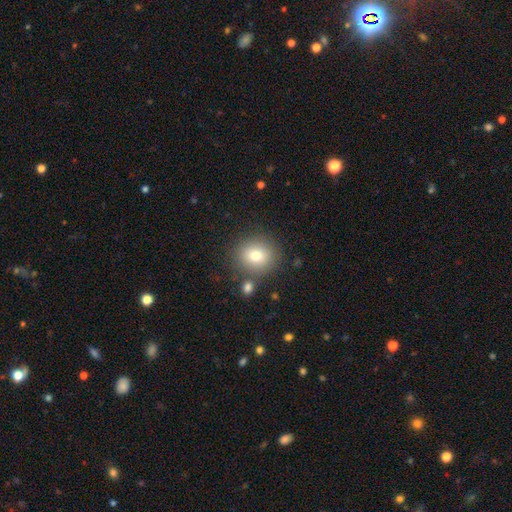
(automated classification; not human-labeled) This is likely a smooth galaxy (76%). How rounded: clearly round (86%). Merging: likely none (80%).